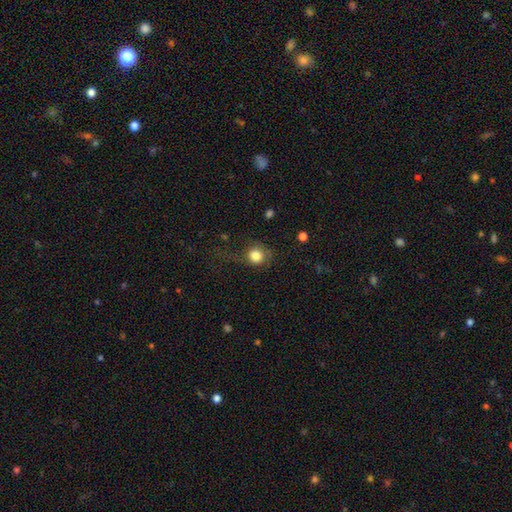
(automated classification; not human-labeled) Smooth or featured?
  - smooth: 82% *
  - star or artifact: 10%
  - featured or disk: 8%
How rounded?
  - round: 83% *
  - in between: 16%
  - cigar-shaped: 1%
Merging?
  - none: 54% *
  - minor disturbance: 22%
  - major disturbance: 21%
  - merger: 2%